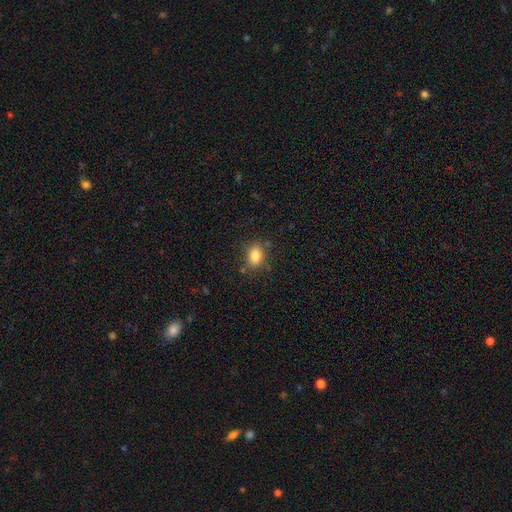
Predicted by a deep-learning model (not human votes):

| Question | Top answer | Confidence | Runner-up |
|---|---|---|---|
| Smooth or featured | smooth | 82% | star or artifact (10%) |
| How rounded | in between | 71% | round (27%) |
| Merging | none | 80% | minor disturbance (13%) |